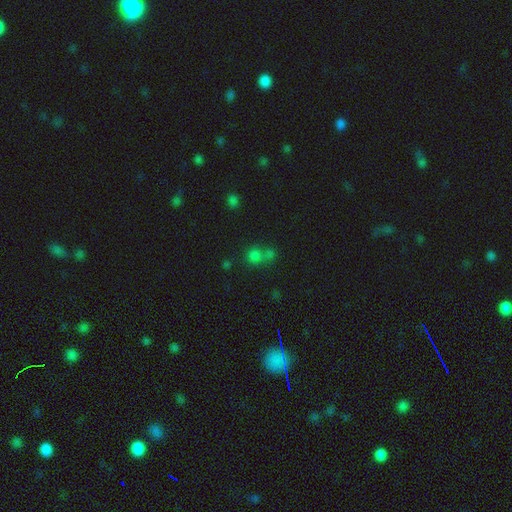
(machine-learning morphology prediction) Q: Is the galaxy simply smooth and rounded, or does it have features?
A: smooth — 55%.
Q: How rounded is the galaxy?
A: round — 83%.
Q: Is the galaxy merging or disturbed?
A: none — 56%.